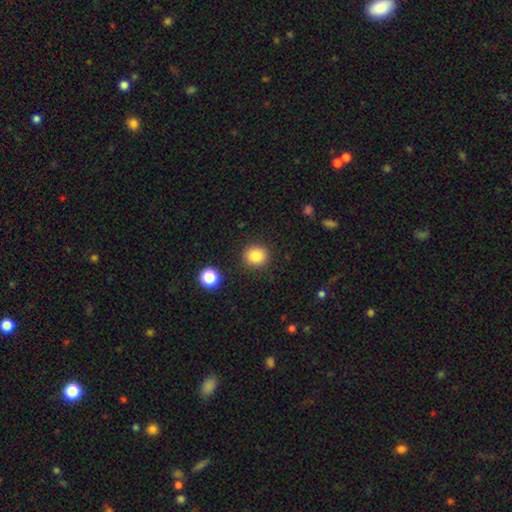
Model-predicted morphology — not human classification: Overall: smooth (85%). How rounded: round (88%). Merging: none (89%).